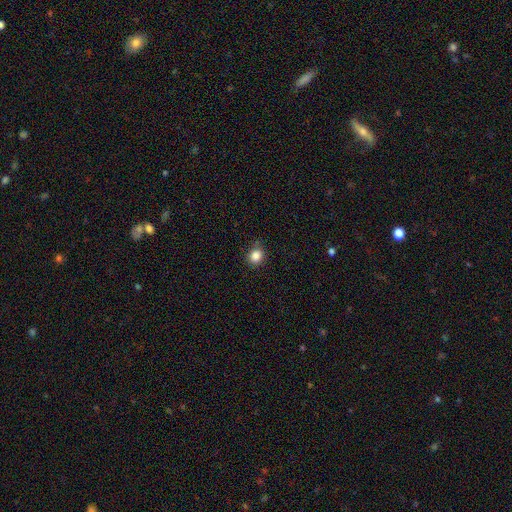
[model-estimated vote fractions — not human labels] Q: Smooth or featured?
A: smooth (85%); runner-up: star or artifact (11%)
Q: How rounded?
A: round (74%); runner-up: in between (25%)
Q: Merging?
A: none (81%); runner-up: minor disturbance (14%)